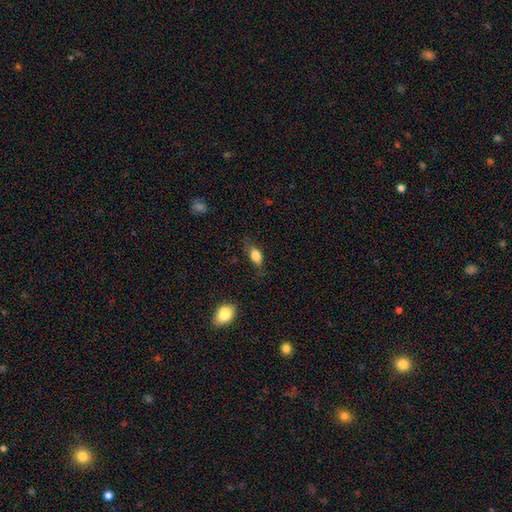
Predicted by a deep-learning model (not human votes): smooth-or-featured: smooth: 81% | featured or disk: 11% | star or artifact: 8%
  how-rounded: in between: 83% | round: 10% | cigar-shaped: 7%
  merging: none: 65% | minor disturbance: 24% | major disturbance: 9% | merger: 2%